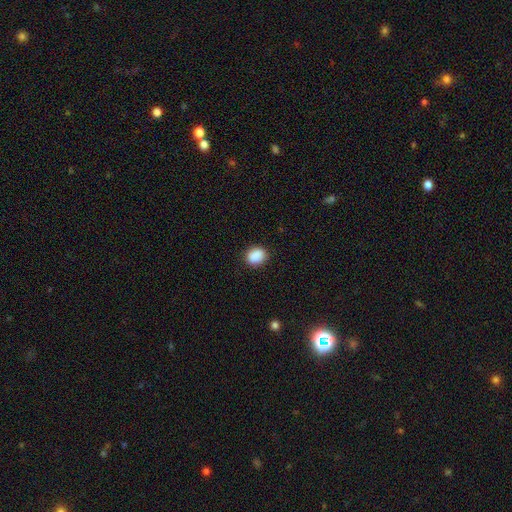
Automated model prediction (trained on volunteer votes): smooth-or-featured: smooth: 89% | star or artifact: 8% | featured or disk: 3%
  how-rounded: round: 53% | in between: 46% | cigar-shaped: 1%
  merging: none: 87% | minor disturbance: 10% | major disturbance: 2% | merger: 1%